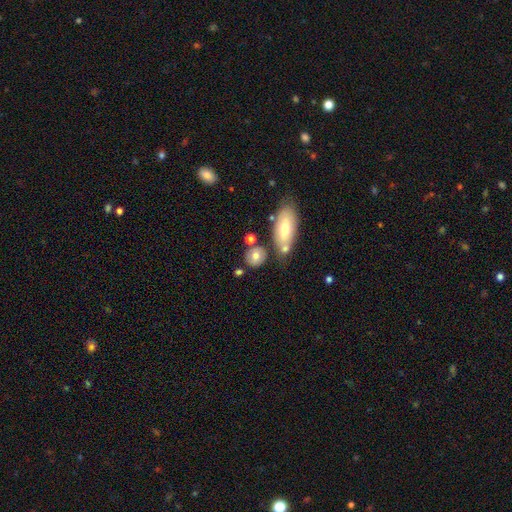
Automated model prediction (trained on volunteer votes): smooth_or_featured: smooth (p=0.72) [alt: featured or disk p=0.19]
how_rounded: round (p=0.66) [alt: in between p=0.31]
merging: none (p=0.65) [alt: merger p=0.18]